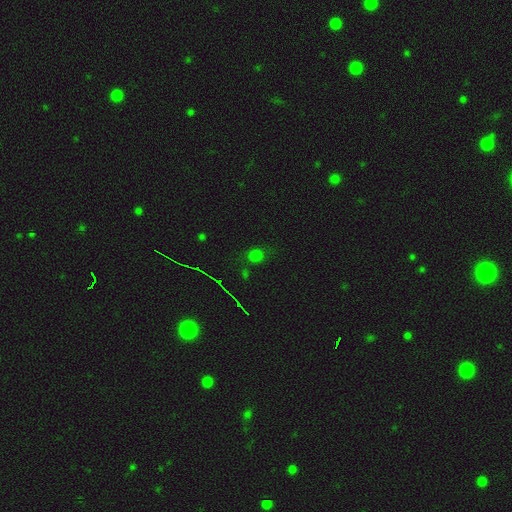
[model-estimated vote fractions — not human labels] smooth 64%, star or artifact 30%, featured or disk 6%. Down the decision tree: how rounded — round (81%); merging — none (80%).